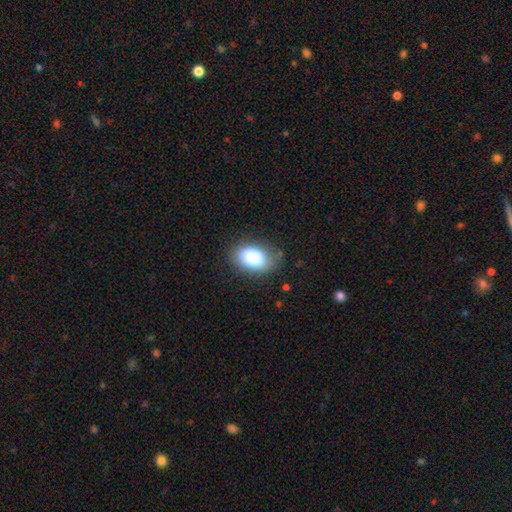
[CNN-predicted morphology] type=smooth (86%); roundness=in between (90%); merging=none (74%).